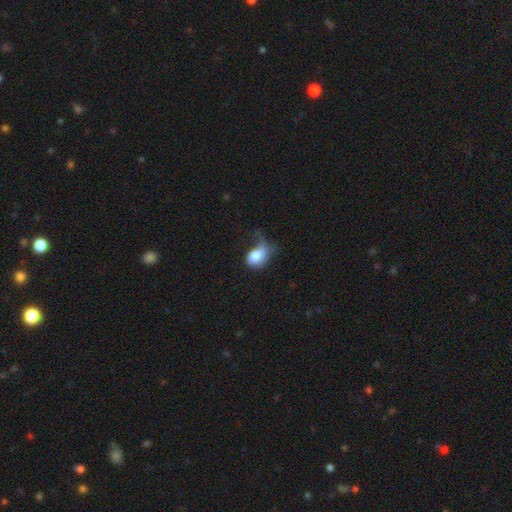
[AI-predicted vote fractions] Smooth or featured?
  - smooth: 74% *
  - featured or disk: 19%
  - star or artifact: 8%
How rounded?
  - in between: 77% *
  - round: 21%
  - cigar-shaped: 2%
Merging?
  - major disturbance: 51% *
  - minor disturbance: 25%
  - none: 18%
  - merger: 5%